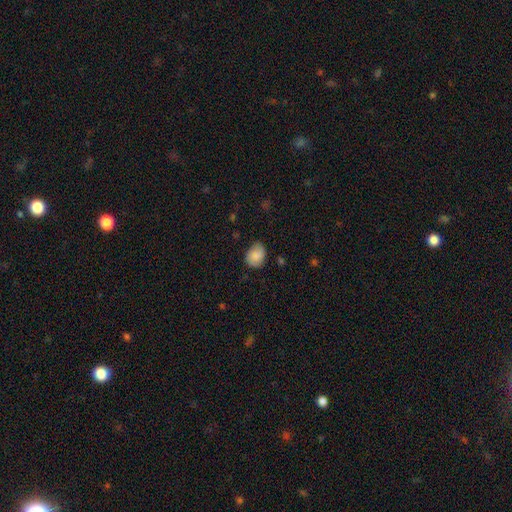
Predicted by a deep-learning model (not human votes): Q: Smooth or featured?
A: smooth (84%); runner-up: featured or disk (8%)
Q: How rounded?
A: in between (58%); runner-up: round (41%)
Q: Merging?
A: none (71%); runner-up: minor disturbance (23%)